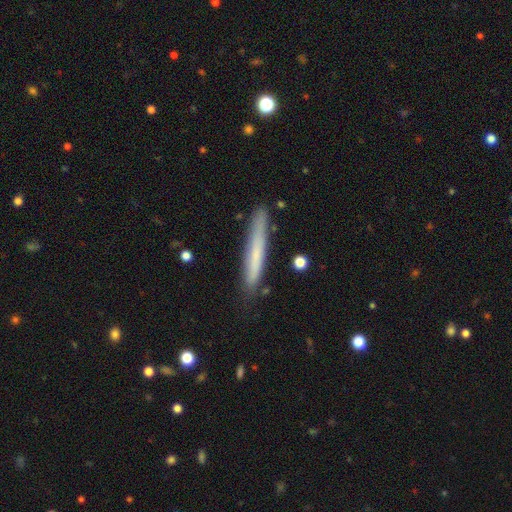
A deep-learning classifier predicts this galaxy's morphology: This appears to be a smooth galaxy with no disk features (64%) that is cigar-shaped (95%). Merging: none (80%).